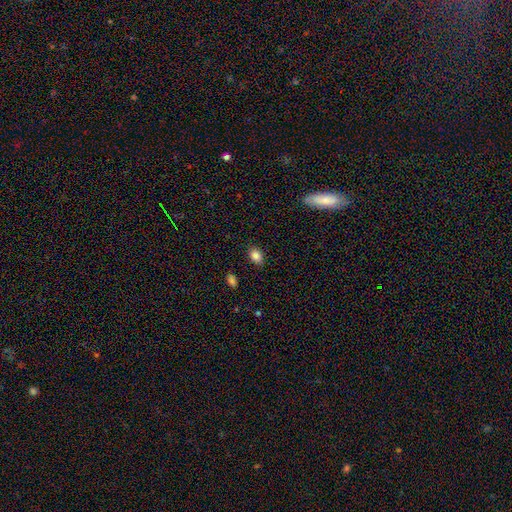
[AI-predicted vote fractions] Q: Smooth or featured?
A: smooth (86%); runner-up: star or artifact (9%)
Q: How rounded?
A: in between (80%); runner-up: round (19%)
Q: Merging?
A: none (86%); runner-up: minor disturbance (10%)